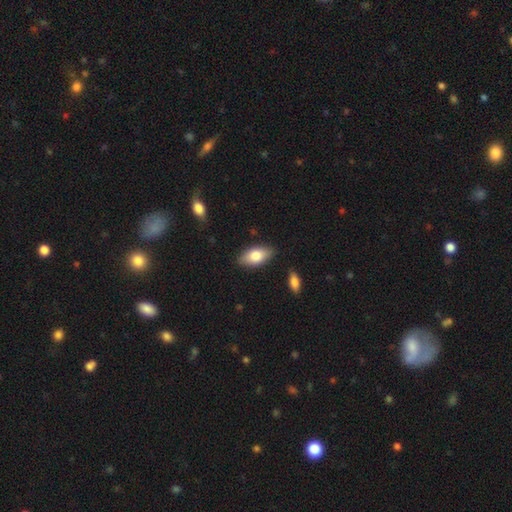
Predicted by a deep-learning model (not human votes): A smooth galaxy with no disk features (79%) that is in between round and cigar-shaped (91%).

Vote fractions:
- Smooth or featured? smooth: 79% / featured or disk: 15% / star or artifact: 6%
- How rounded? in between: 91% / cigar-shaped: 5% / round: 3%
- Merging? none: 84% / minor disturbance: 11% / major disturbance: 2% / merger: 2%